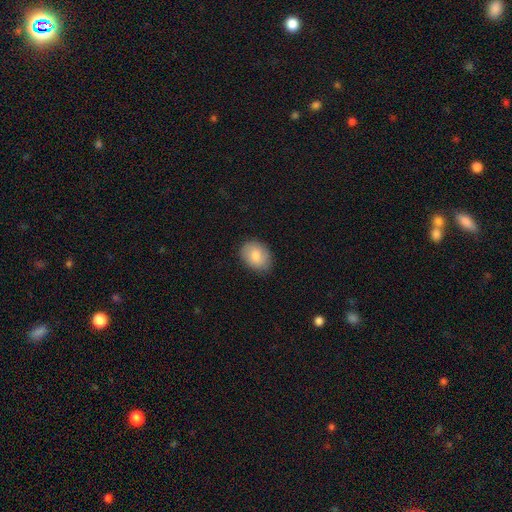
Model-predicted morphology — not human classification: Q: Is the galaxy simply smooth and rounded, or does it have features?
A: smooth — 83%.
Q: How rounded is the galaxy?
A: in between — 72%.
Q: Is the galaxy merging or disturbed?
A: none — 85%.